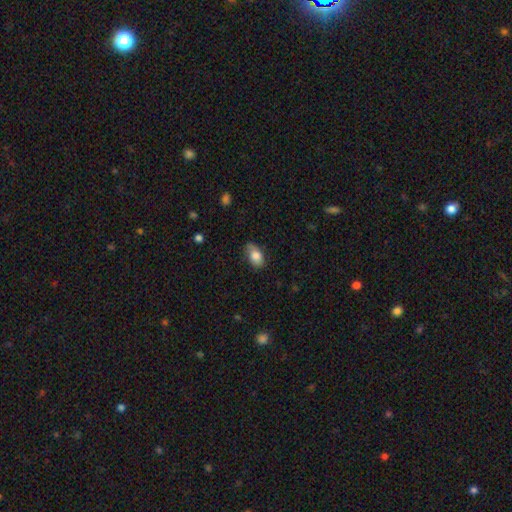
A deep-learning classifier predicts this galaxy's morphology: This appears to be a smooth galaxy with no disk features (80%) that is in between round and cigar-shaped (90%). Merging: none (71%).